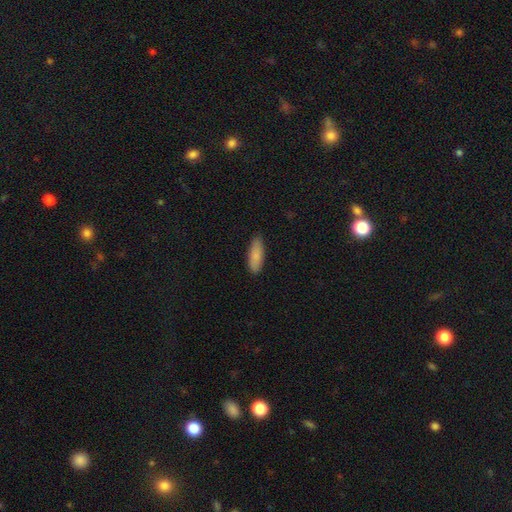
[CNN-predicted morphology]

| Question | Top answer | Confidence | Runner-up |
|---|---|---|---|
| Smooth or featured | smooth | 87% | featured or disk (8%) |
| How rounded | in between | 61% | cigar-shaped (38%) |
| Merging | none | 87% | minor disturbance (11%) |